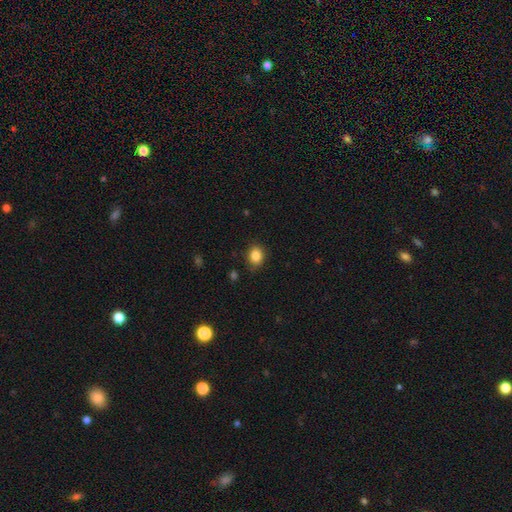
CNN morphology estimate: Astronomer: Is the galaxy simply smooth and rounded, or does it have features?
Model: smooth — 86%.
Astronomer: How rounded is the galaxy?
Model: round — 51% (runner-up: in between, 49%).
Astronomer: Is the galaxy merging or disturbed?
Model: none — 84%.